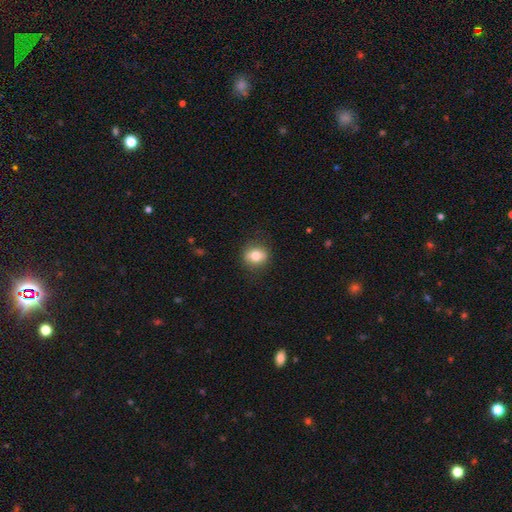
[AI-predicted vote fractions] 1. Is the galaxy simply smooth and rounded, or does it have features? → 78% smooth, 13% featured or disk, 9% star or artifact.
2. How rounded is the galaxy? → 62% round, 36% in between, 1% cigar-shaped.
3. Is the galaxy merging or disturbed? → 85% none, 11% minor disturbance, 3% major disturbance, 1% merger.